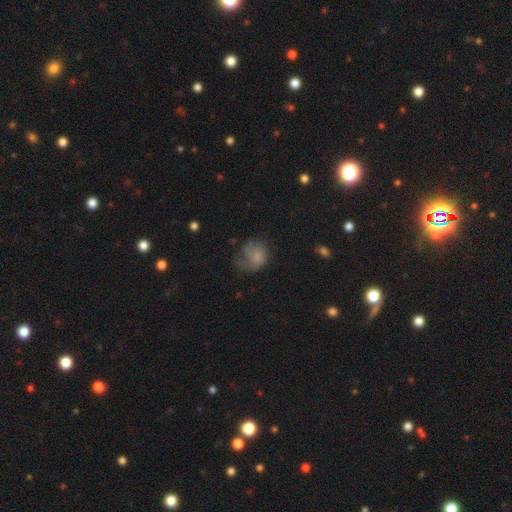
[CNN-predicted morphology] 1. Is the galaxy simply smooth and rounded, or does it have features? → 63% smooth, 27% featured or disk, 10% star or artifact.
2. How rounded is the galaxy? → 63% round, 36% in between, 1% cigar-shaped.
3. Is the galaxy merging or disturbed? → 37% major disturbance, 34% none, 26% minor disturbance, 2% merger.